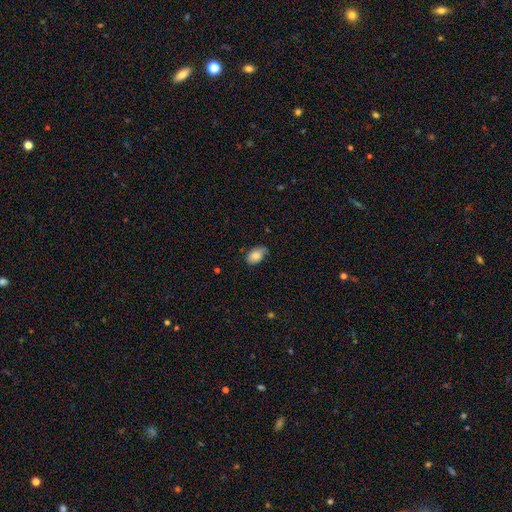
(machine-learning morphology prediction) Smooth or featured? smooth (81%)
How rounded? in between (91%)
Merging? none (58%)